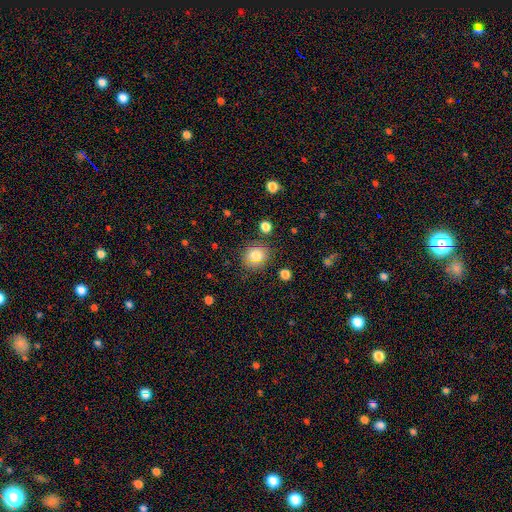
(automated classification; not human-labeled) Q: Smooth or featured?
A: smooth (78%); runner-up: star or artifact (12%)
Q: How rounded?
A: round (79%); runner-up: in between (20%)
Q: Merging?
A: none (81%); runner-up: minor disturbance (12%)